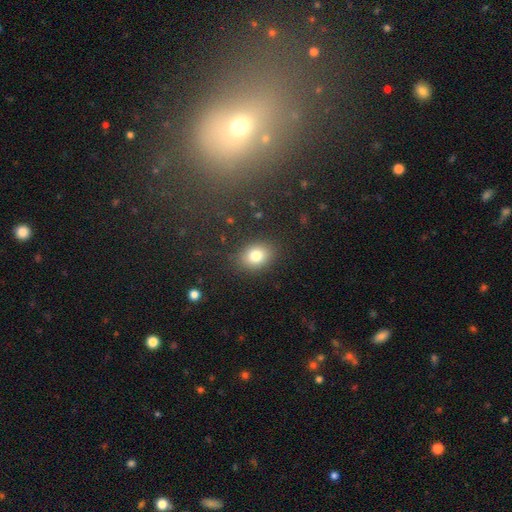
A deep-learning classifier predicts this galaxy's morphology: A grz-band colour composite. It shows a smooth galaxy with no disk features (80%) that is in between round and cigar-shaped (56%). Merging: none (86%).